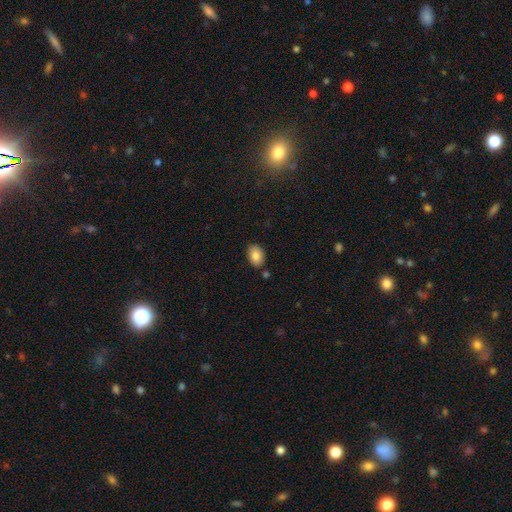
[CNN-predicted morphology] The model was most divided on "merging": none: 82%, minor disturbance: 11%, merger: 4%, major disturbance: 2%. More confident: smooth or featured — smooth (85%); how rounded — in between (85%).